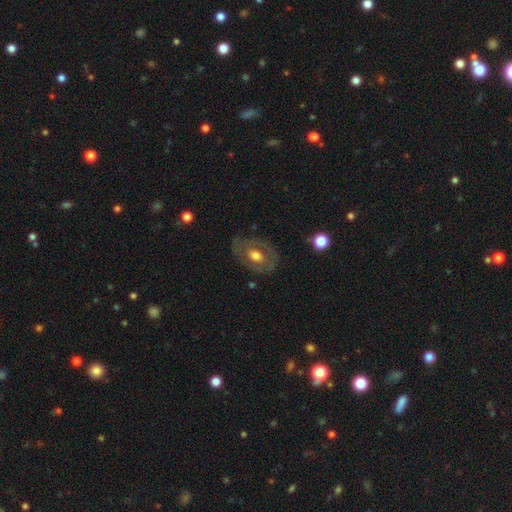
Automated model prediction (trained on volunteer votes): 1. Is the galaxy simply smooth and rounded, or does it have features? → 51% featured or disk, 43% smooth, 7% star or artifact.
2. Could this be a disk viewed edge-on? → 93% no, 7% yes.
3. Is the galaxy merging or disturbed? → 75% none, 16% minor disturbance, 8% major disturbance, 1% merger.